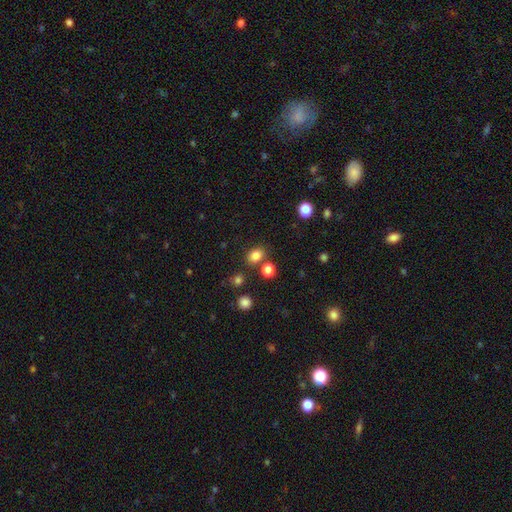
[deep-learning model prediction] A smooth galaxy with no disk features (82%) that is in between round and cigar-shaped (58%).

Vote fractions:
- Smooth or featured? smooth: 82% / star or artifact: 13% / featured or disk: 5%
- How rounded? in between: 58% / round: 41% / cigar-shaped: 1%
- Merging? none: 77% / minor disturbance: 11% / merger: 9% / major disturbance: 4%